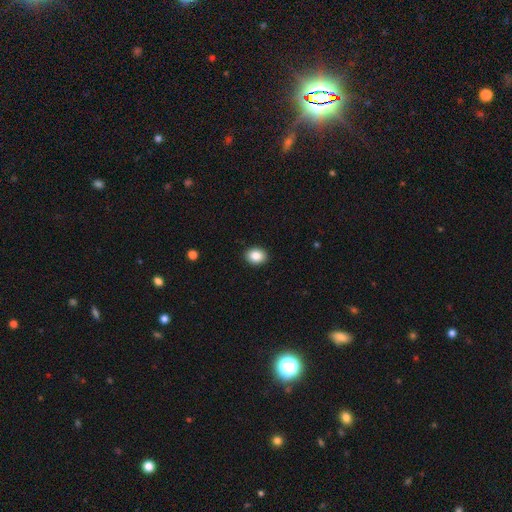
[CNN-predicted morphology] The model was most divided on "how rounded": in between: 56%, round: 43%, cigar-shaped: 1%. More confident: merging — none (91%); smooth or featured — smooth (87%).